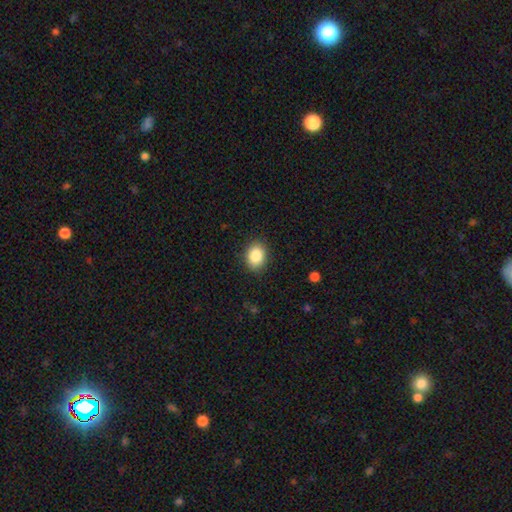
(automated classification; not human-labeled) smooth_or_featured: smooth (p=0.87) [alt: star or artifact p=0.08]
how_rounded: in between (p=0.64) [alt: round p=0.35]
merging: none (p=0.88) [alt: minor disturbance p=0.09]